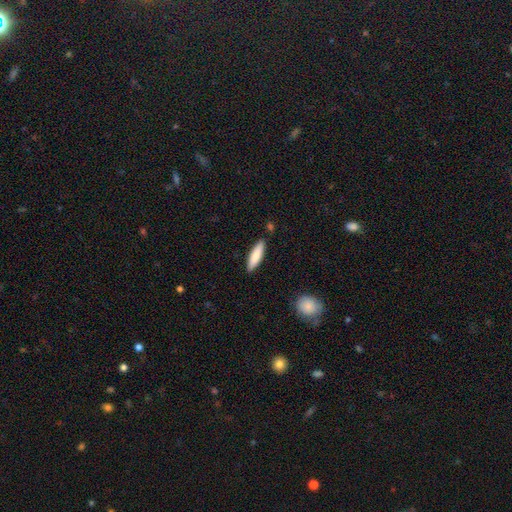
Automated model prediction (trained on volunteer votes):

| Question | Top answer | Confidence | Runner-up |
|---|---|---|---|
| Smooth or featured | smooth | 82% | featured or disk (13%) |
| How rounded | cigar-shaped | 69% | in between (29%) |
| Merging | none | 87% | minor disturbance (9%) |